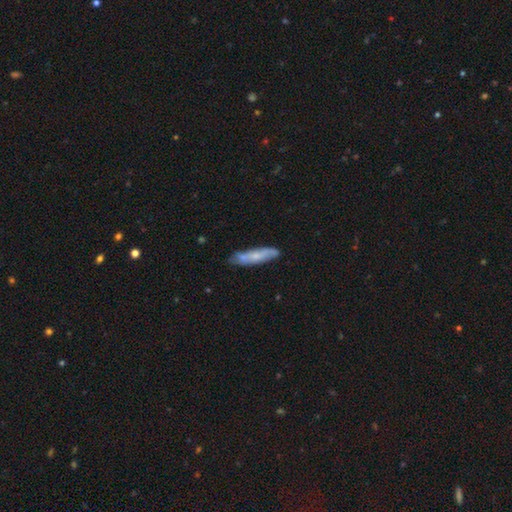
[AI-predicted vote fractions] Smooth or featured?
  - smooth: 54% *
  - featured or disk: 40%
  - star or artifact: 6%
How rounded?
  - cigar-shaped: 83% *
  - in between: 15%
  - round: 2%
Merging?
  - none: 70% *
  - minor disturbance: 20%
  - merger: 5%
  - major disturbance: 4%